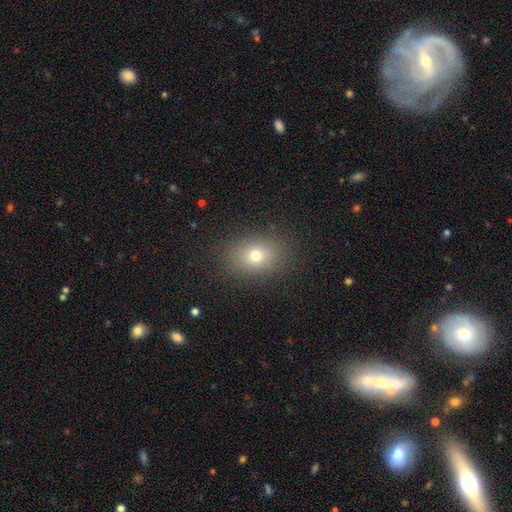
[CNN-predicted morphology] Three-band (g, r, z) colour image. It shows a smooth galaxy with no disk features (74%) that is in between round and cigar-shaped (59%). Merging: none (87%).